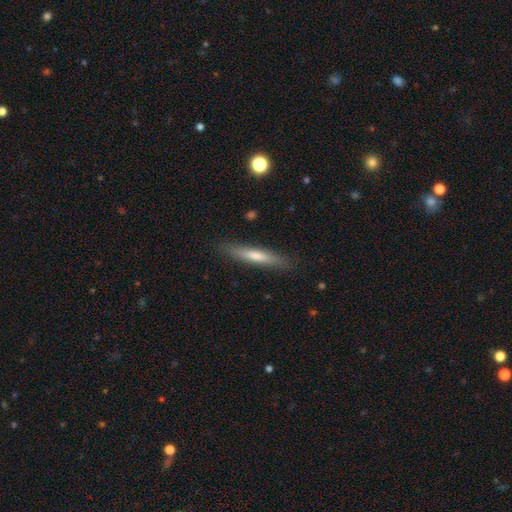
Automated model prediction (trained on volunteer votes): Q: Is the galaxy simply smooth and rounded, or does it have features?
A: smooth — 62%.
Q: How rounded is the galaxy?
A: cigar-shaped — 92%.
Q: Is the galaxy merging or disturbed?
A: none — 88%.